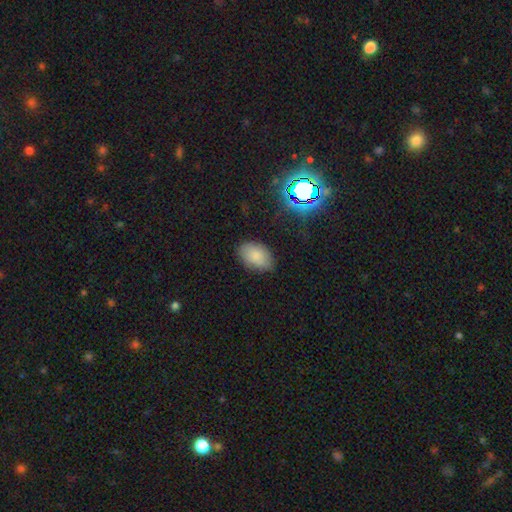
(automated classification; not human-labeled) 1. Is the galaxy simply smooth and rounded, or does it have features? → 82% smooth, 11% star or artifact, 7% featured or disk.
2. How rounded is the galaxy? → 90% in between, 9% round, 1% cigar-shaped.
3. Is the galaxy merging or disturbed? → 78% none, 17% minor disturbance, 4% major disturbance, 1% merger.